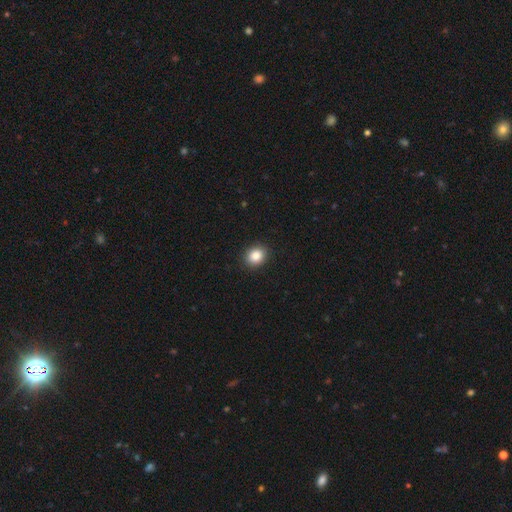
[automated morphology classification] A smooth galaxy with no disk features (87%) that is round (62%).

Vote fractions:
- Smooth or featured? smooth: 87% / star or artifact: 9% / featured or disk: 4%
- How rounded? round: 62% / in between: 37% / cigar-shaped: 1%
- Merging? none: 90% / minor disturbance: 7% / major disturbance: 2% / merger: 1%